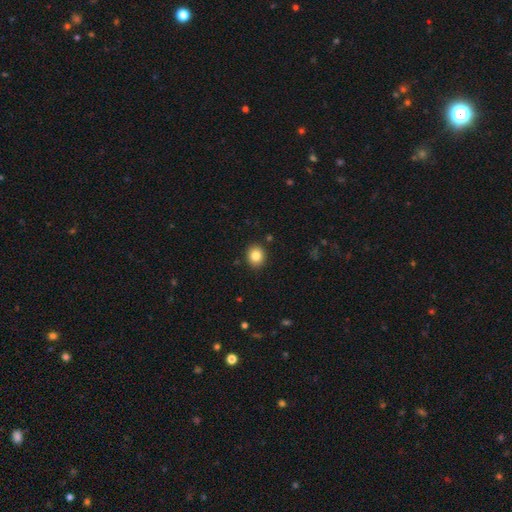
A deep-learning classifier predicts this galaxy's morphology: Smooth or featured? Predicted: smooth (p=0.84). How rounded? Predicted: round (p=0.68). Merging? Predicted: none (p=0.89).